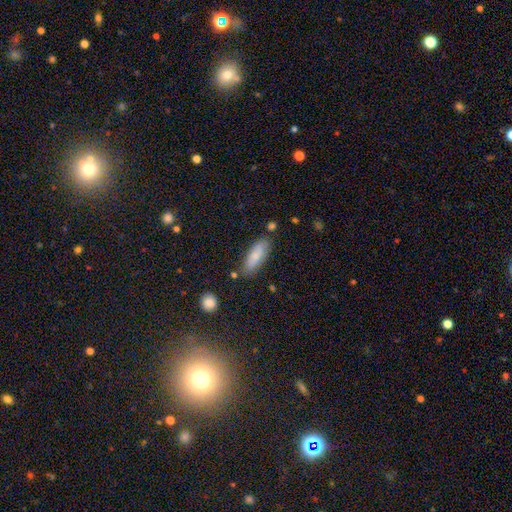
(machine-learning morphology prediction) smooth-or-featured: smooth: 79% | featured or disk: 15% | star or artifact: 6%
  how-rounded: in between: 67% | cigar-shaped: 31% | round: 2%
  merging: none: 75% | minor disturbance: 17% | merger: 5% | major disturbance: 3%